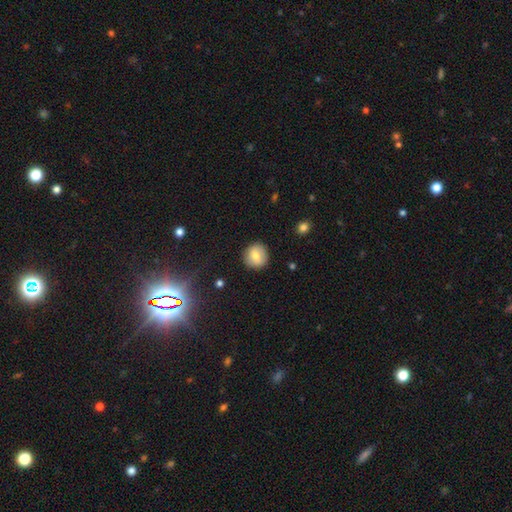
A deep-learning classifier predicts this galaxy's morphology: Overall: smooth (75%). How rounded: round (92%). Merging: none (89%).